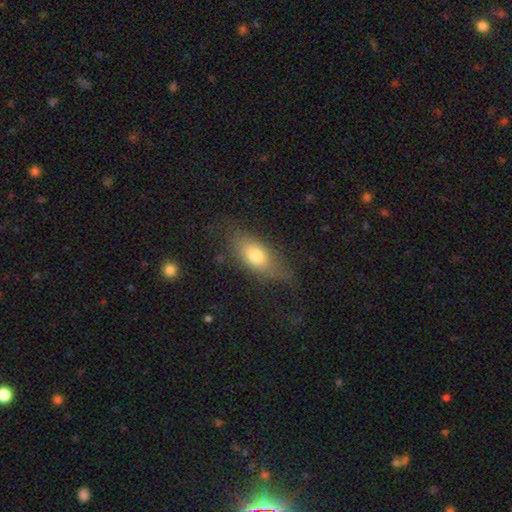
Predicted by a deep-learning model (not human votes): smooth-or-featured: smooth: 70% | featured or disk: 21% | star or artifact: 9%
  how-rounded: in between: 79% | cigar-shaped: 14% | round: 8%
  merging: none: 66% | minor disturbance: 22% | major disturbance: 11% | merger: 2%